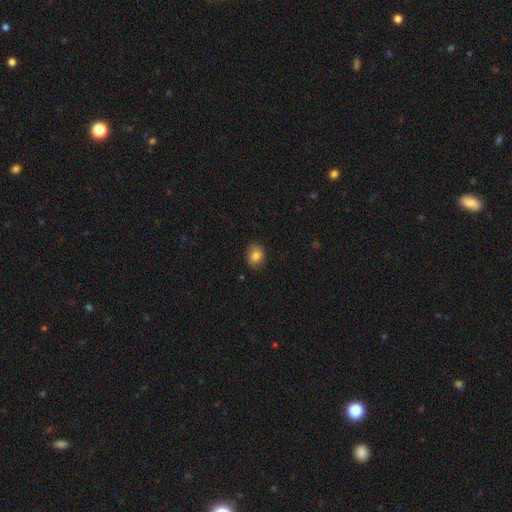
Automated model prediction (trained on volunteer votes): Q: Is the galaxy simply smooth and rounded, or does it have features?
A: smooth — 84%.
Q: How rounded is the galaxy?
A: in between — 51%.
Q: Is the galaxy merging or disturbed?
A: none — 85%.